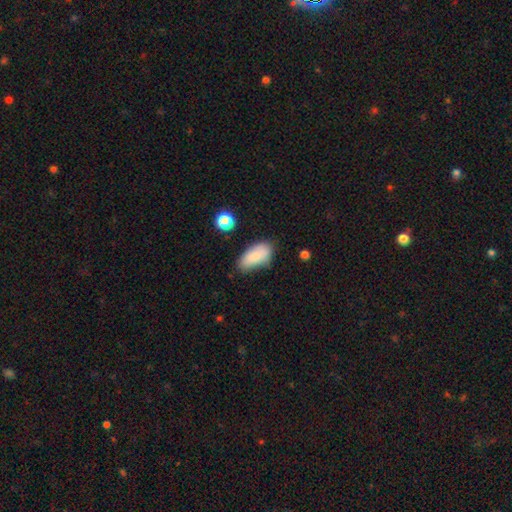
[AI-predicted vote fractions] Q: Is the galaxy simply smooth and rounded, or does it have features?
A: smooth — 83%.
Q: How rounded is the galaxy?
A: in between — 90%.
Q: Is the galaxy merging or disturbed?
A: none — 61%.